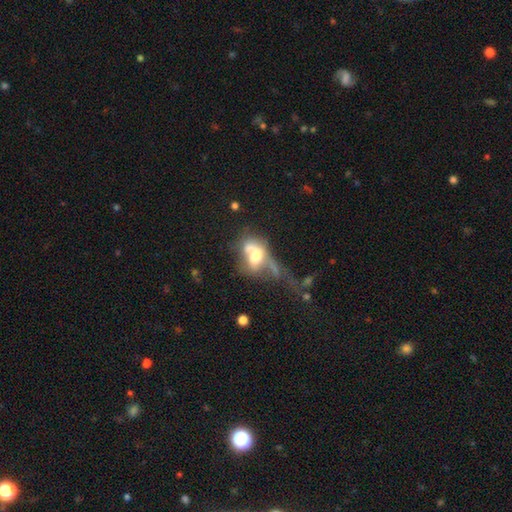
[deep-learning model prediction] Smooth or featured?
  - smooth: 47% *
  - featured or disk: 42%
  - star or artifact: 11%
Merging?
  - merger: 40% *
  - major disturbance: 36%
  - none: 13%
  - minor disturbance: 11%